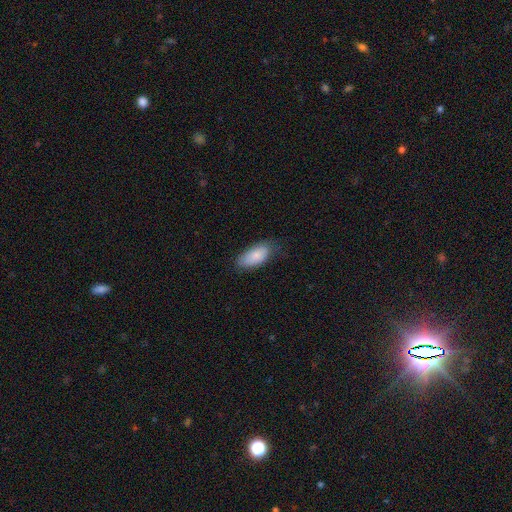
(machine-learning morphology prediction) The model was most divided on "merging": none: 70%, minor disturbance: 24%, major disturbance: 5%, merger: 1%. More confident: how rounded — in between (91%); smooth or featured — smooth (81%).